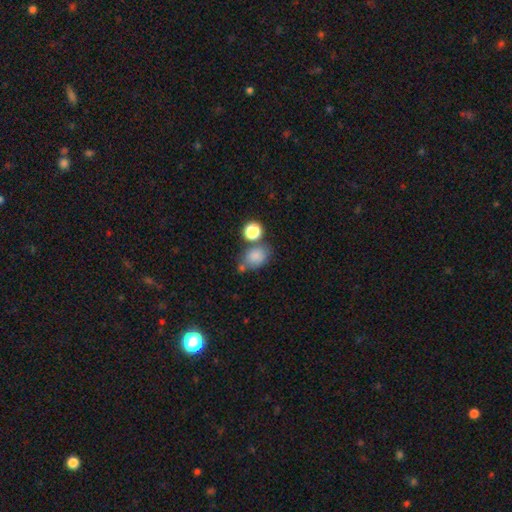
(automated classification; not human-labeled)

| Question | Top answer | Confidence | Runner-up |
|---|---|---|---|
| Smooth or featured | smooth | 80% | star or artifact (11%) |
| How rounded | in between | 61% | round (38%) |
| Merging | none | 54% | merger (22%) |